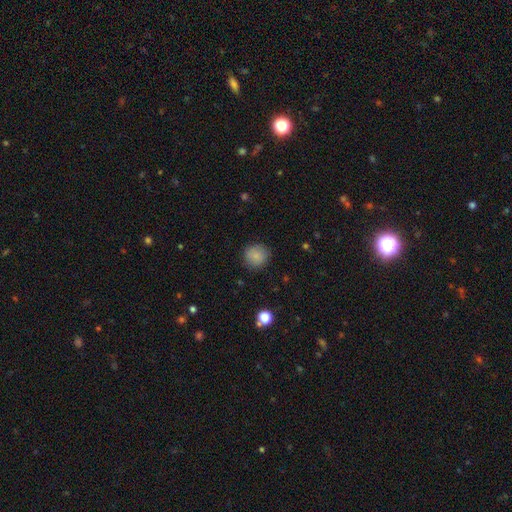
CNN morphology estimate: Smooth or featured?
  - smooth: 84% *
  - star or artifact: 9%
  - featured or disk: 7%
How rounded?
  - round: 90% *
  - in between: 9%
  - cigar-shaped: 1%
Merging?
  - none: 86% *
  - minor disturbance: 10%
  - major disturbance: 3%
  - merger: 1%